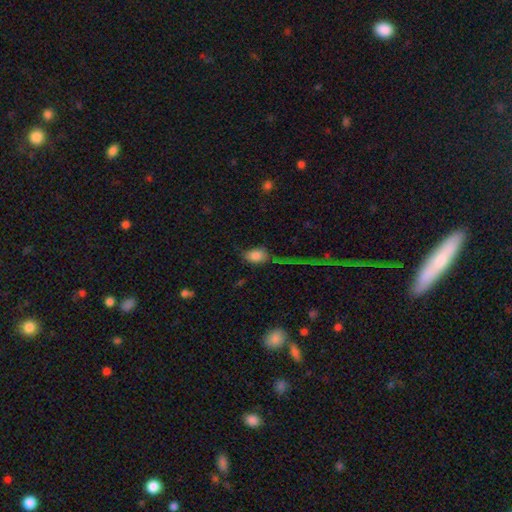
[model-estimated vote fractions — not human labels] smooth_or_featured: smooth (p=0.79) [alt: featured or disk p=0.12]
how_rounded: in between (p=0.85) [alt: round p=0.13]
merging: none (p=0.42) [alt: major disturbance p=0.24]